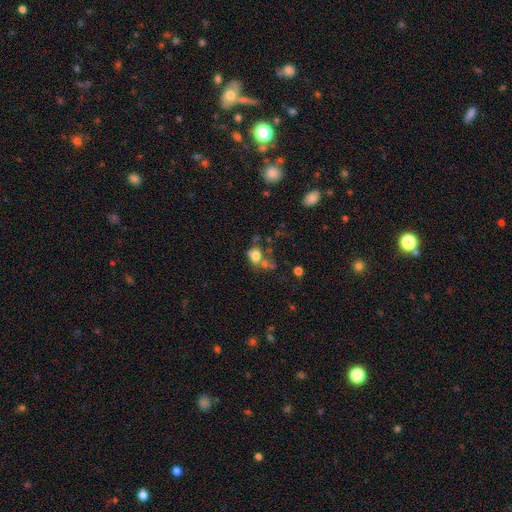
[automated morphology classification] smooth_or_featured: smooth (p=0.65) [alt: featured or disk p=0.20]
how_rounded: in between (p=0.55) [alt: round p=0.43]
merging: merger (p=0.35) [alt: none p=0.33]